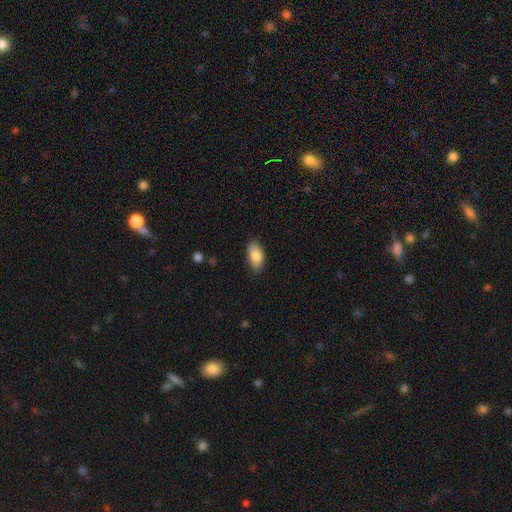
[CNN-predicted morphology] This is clearly a smooth galaxy (85%). How rounded: clearly in between (92%). Merging: likely none (79%).